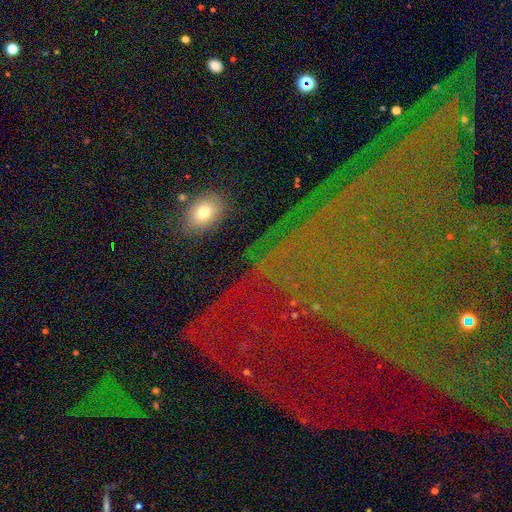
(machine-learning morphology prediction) smooth_or_featured: smooth (p=0.48) [alt: star or artifact p=0.38]
merging: none (p=0.82) [alt: minor disturbance p=0.09]